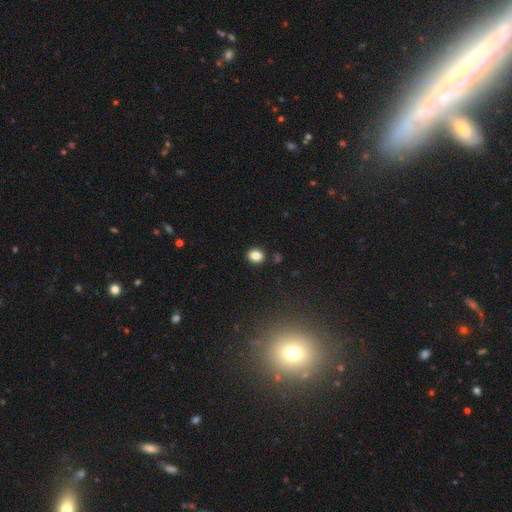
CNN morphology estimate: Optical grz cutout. It shows a smooth galaxy with no disk features (84%) that is round (64%). Merging: none (88%).